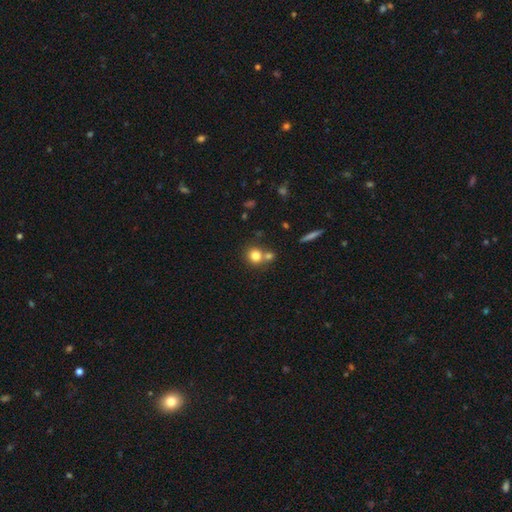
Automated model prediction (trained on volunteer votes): A smooth galaxy with no disk features (78%) that is round (86%).

Vote fractions:
- Smooth or featured? smooth: 78% / star or artifact: 12% / featured or disk: 10%
- How rounded? round: 86% / in between: 13% / cigar-shaped: 1%
- Merging? none: 52% / merger: 37% / minor disturbance: 8% / major disturbance: 3%